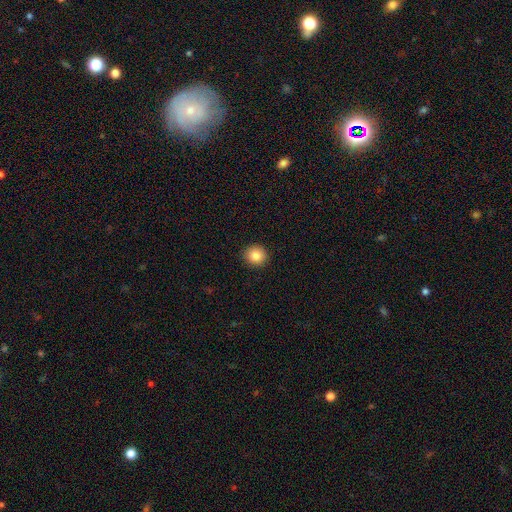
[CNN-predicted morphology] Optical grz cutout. It shows a smooth galaxy with no disk features (84%) that is round (88%). Merging: none (92%).